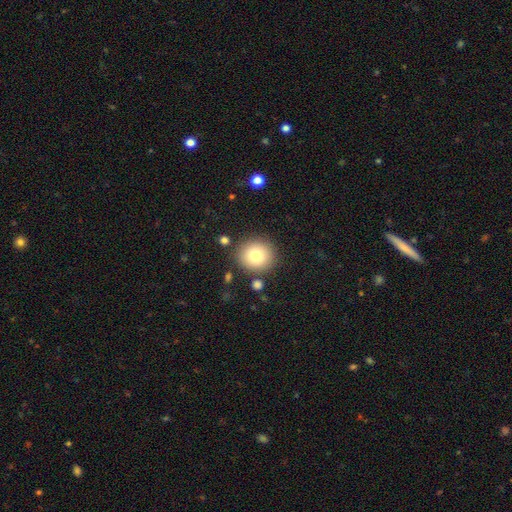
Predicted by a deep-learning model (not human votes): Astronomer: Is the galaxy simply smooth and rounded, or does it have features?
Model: smooth — 79%.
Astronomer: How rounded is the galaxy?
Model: round — 88%.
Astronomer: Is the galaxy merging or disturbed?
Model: none — 84%.